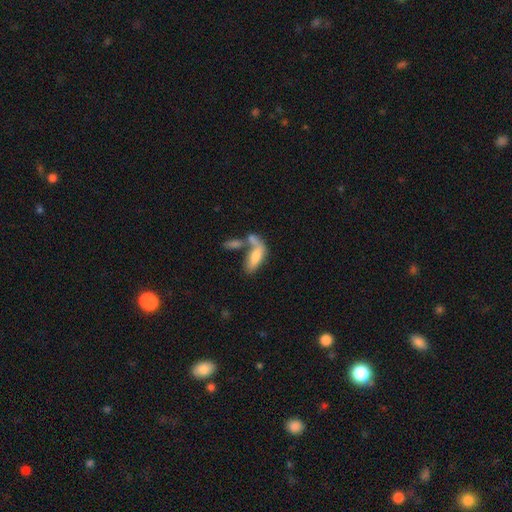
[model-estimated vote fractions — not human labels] Smooth or featured? smooth (69%)
How rounded? in between (75%)
Merging? merger (52%)